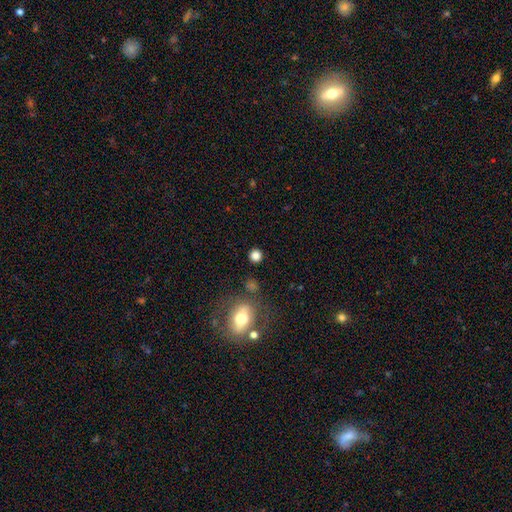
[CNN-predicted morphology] A smooth galaxy with no disk features (82%) that is round (89%). Merging: none (87%).